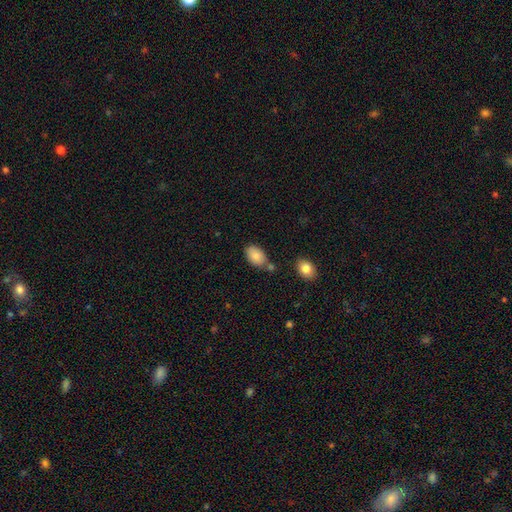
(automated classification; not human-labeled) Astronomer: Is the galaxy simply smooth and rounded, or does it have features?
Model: smooth — 85%.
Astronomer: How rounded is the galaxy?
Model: in between — 92%.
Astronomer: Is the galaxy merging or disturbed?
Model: none — 63%.